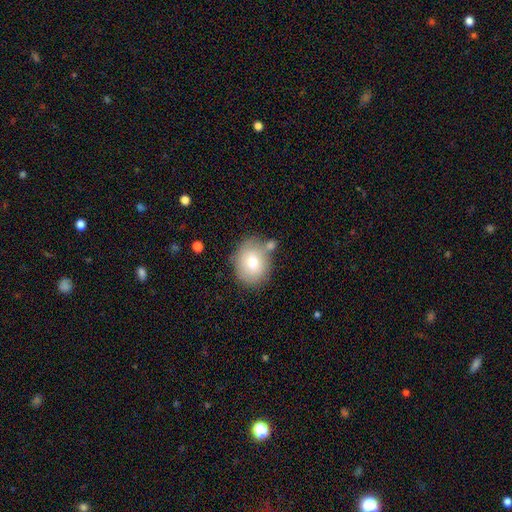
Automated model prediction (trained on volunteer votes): smooth_or_featured: smooth (p=0.71) [alt: featured or disk p=0.19]
how_rounded: round (p=0.62) [alt: in between p=0.37]
merging: none (p=0.67) [alt: minor disturbance p=0.16]